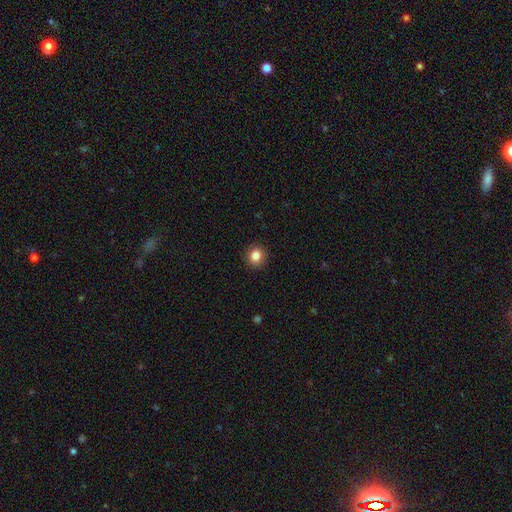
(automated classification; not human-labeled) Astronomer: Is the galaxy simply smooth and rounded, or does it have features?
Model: smooth — 84%.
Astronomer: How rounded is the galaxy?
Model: round — 87%.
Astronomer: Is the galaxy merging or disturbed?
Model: none — 92%.